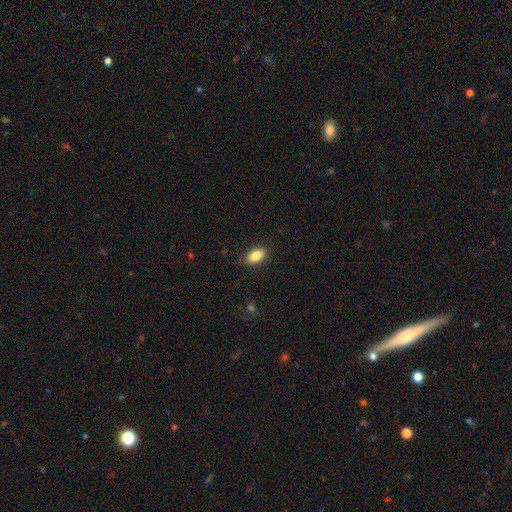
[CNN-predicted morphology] This appears to be a smooth galaxy with no disk features (85%) that is in between round and cigar-shaped (90%). Merging: none (85%).